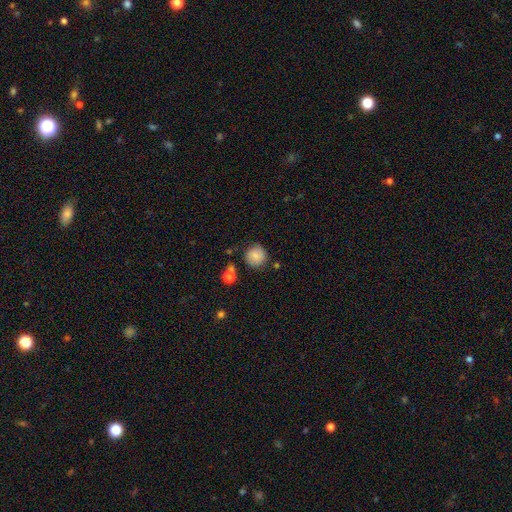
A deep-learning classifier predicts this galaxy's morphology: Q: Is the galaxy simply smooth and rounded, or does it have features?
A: smooth — 80%.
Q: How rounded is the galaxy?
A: round — 92%.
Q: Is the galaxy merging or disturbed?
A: none — 80%.